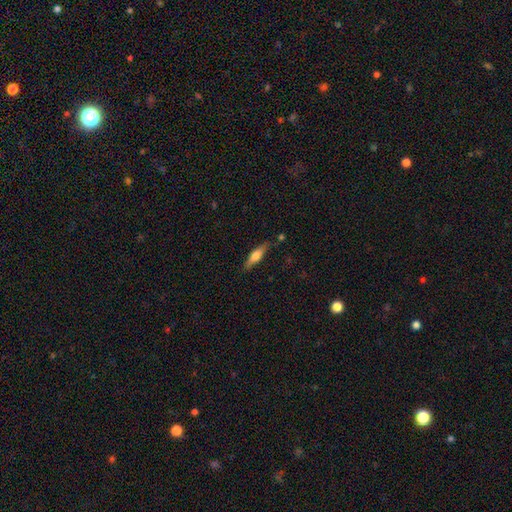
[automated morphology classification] smooth 54%, featured or disk 40%, star or artifact 6%. Down the decision tree: how rounded — cigar-shaped (68%); merging — none (78%).